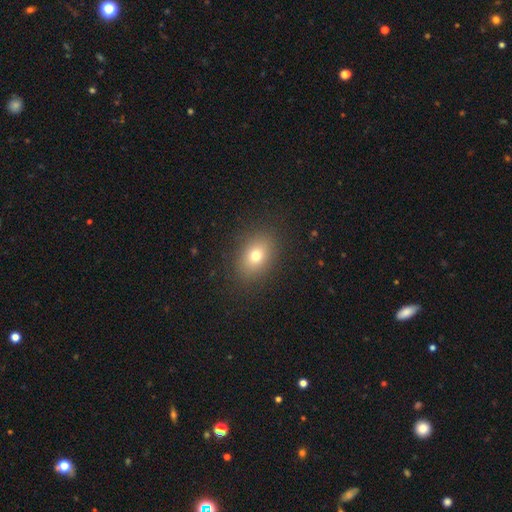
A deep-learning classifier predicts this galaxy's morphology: Smooth or featured? Predicted: smooth (p=0.74). How rounded? Predicted: in between (p=0.66). Merging? Predicted: none (p=0.87).